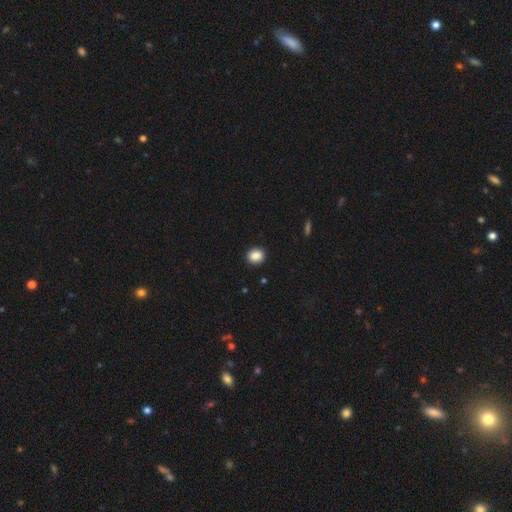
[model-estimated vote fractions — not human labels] A smooth galaxy with no disk features (87%) that is round (79%). Merging: none (92%).